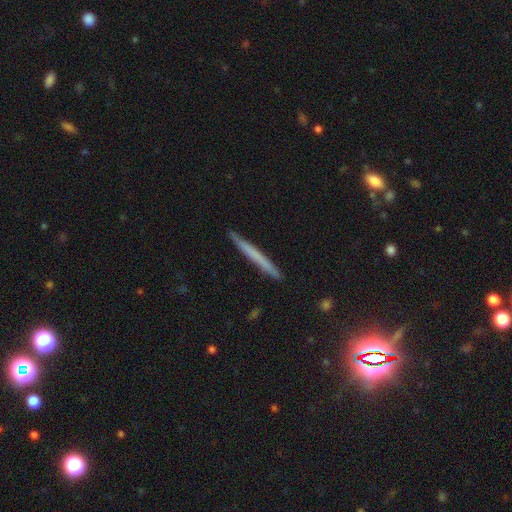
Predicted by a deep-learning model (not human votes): Q: Smooth or featured?
A: smooth (55%); runner-up: featured or disk (38%)
Q: How rounded?
A: cigar-shaped (97%); runner-up: in between (2%)
Q: Merging?
A: none (91%); runner-up: minor disturbance (7%)